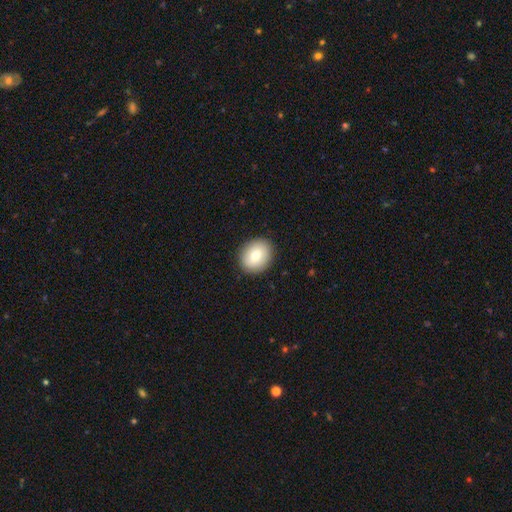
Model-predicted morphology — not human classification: Smooth or featured? Predicted: smooth (p=0.76). How rounded? Predicted: round (p=0.58). Merging? Predicted: none (p=0.90).